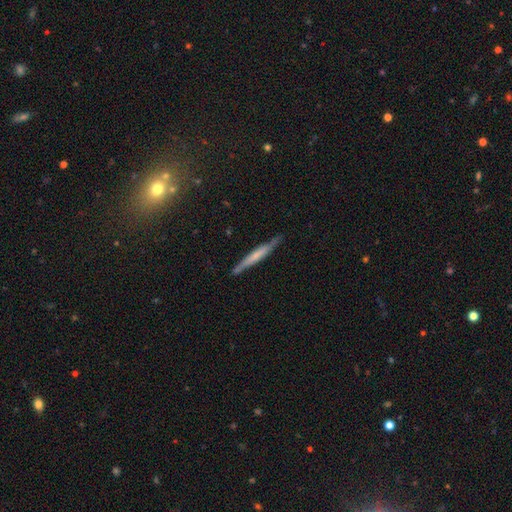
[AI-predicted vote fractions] Q: Smooth or featured?
A: featured or disk (50%); runner-up: smooth (43%)
Q: Edge-on disk?
A: yes (94%); runner-up: no (6%)
Q: Merging?
A: none (82%); runner-up: minor disturbance (14%)